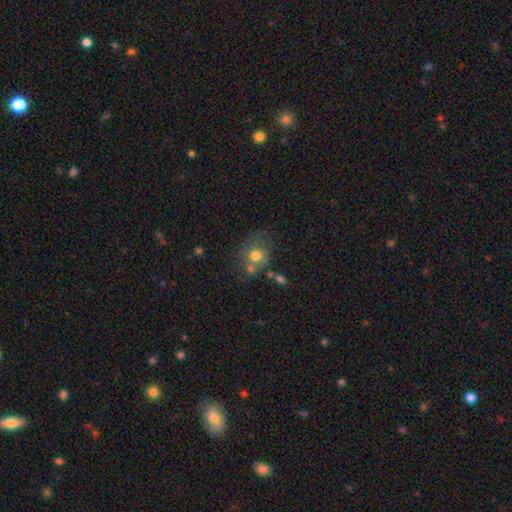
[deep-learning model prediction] A smooth galaxy with no disk features (62%) that is round (73%).

Vote fractions:
- Smooth or featured? smooth: 62% / featured or disk: 27% / star or artifact: 11%
- How rounded? round: 73% / in between: 26% / cigar-shaped: 1%
- Merging? none: 42% / minor disturbance: 22% / merger: 20% / major disturbance: 16%